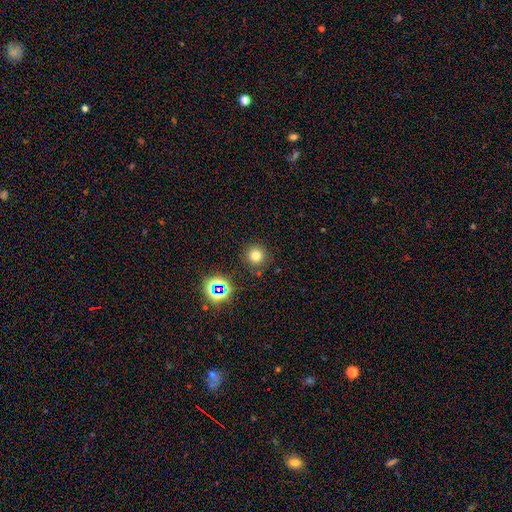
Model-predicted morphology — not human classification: smooth 73%, star or artifact 20%, featured or disk 7%. Down the decision tree: how rounded — round (94%); merging — none (86%).